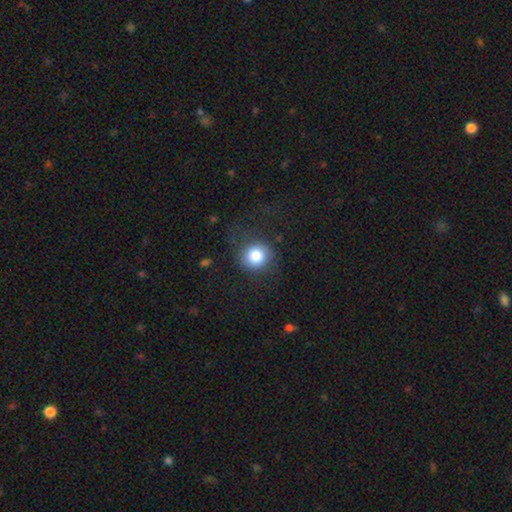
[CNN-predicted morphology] smooth 83%, star or artifact 9%, featured or disk 8%. Down the decision tree: how rounded — round (87%); merging — none (74%).